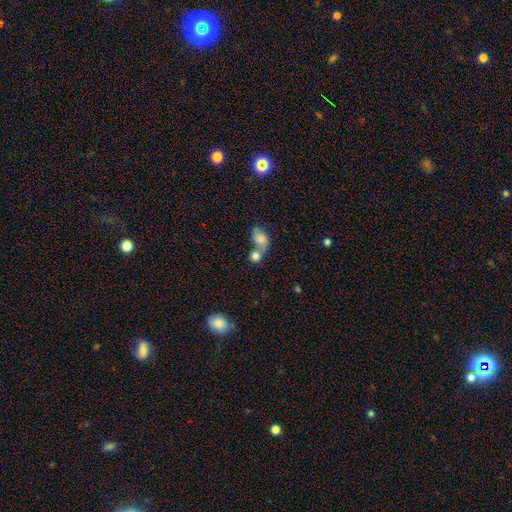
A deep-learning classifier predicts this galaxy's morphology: The model was most divided on "merging": merger: 56%, none: 32%, minor disturbance: 8%, major disturbance: 5%. More confident: smooth or featured — smooth (80%); how rounded — round (63%).